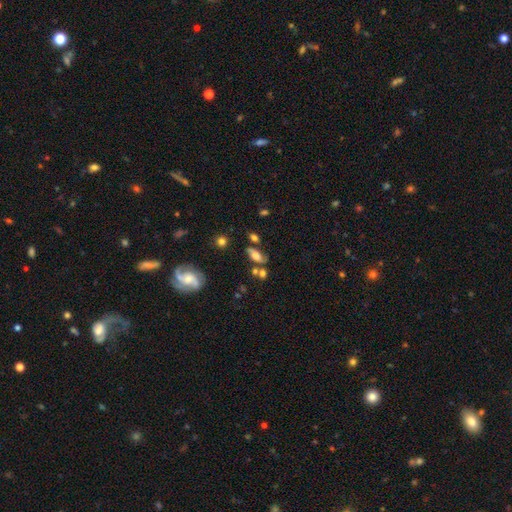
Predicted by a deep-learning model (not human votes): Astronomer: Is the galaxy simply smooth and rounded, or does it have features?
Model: smooth — 50% (runner-up: featured or disk, 37%).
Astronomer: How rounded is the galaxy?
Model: in between — 80%.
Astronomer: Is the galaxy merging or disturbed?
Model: none — 52%.